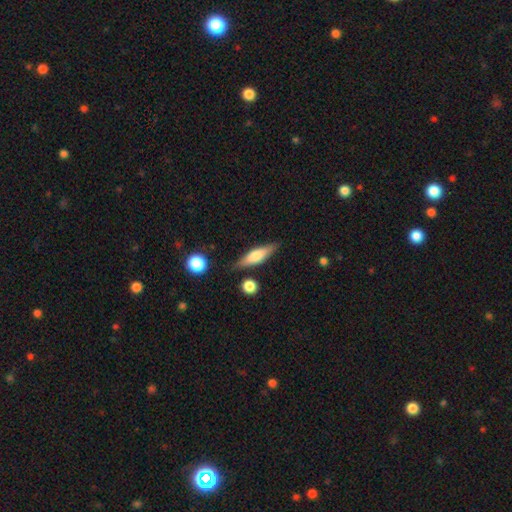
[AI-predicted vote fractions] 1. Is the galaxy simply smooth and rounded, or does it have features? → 53% smooth, 40% featured or disk, 7% star or artifact.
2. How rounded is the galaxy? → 64% cigar-shaped, 33% in between, 3% round.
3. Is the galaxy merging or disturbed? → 81% none, 12% minor disturbance, 4% merger, 3% major disturbance.